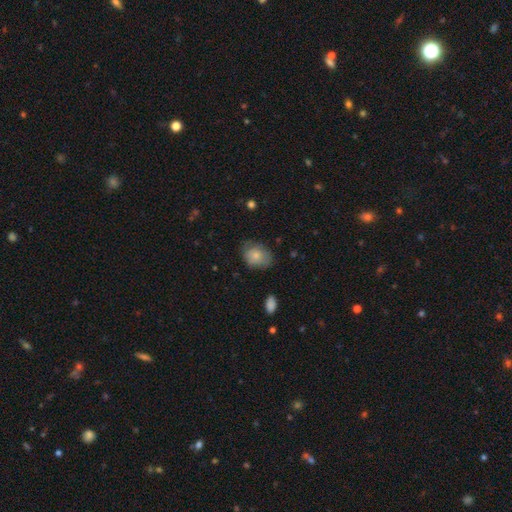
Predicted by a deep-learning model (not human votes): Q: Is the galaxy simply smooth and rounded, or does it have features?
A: smooth — 77%.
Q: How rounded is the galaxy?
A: in between — 55%.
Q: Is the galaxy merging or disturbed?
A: none — 64%.